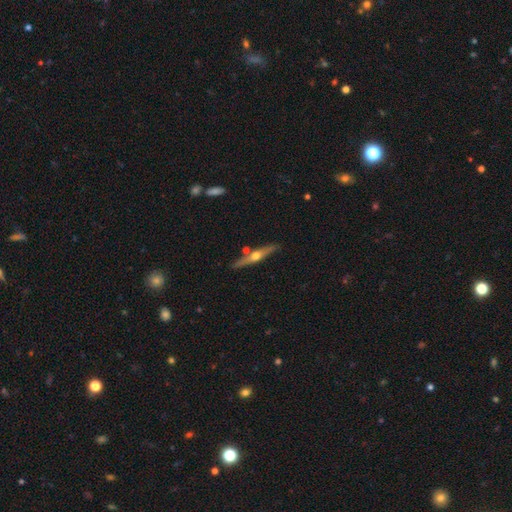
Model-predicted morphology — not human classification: smooth_or_featured: featured or disk (p=0.69) [alt: smooth p=0.26]
disk_edge_on: yes (p=0.96) [alt: no p=0.04]
edge_on_bulge: rounded (p=0.93) [alt: none p=0.05]
merging: none (p=0.83) [alt: minor disturbance p=0.09]